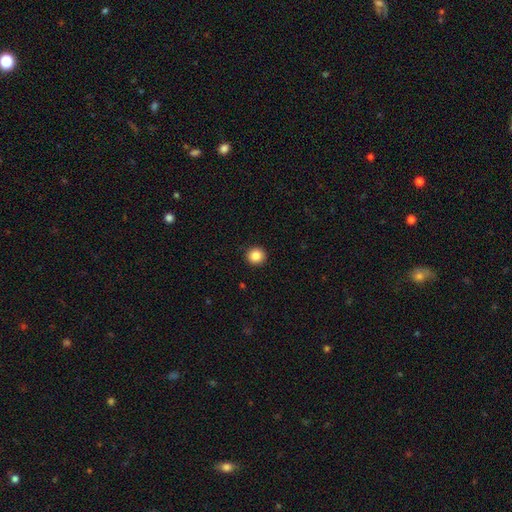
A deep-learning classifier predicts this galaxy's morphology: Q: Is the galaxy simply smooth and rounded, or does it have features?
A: smooth — 86%.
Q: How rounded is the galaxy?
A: round — 93%.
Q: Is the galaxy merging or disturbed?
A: none — 92%.